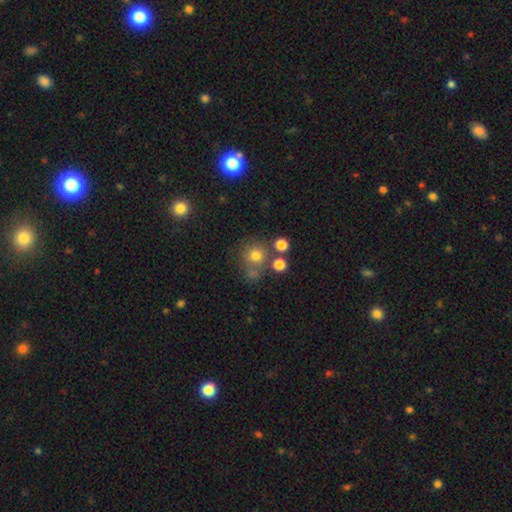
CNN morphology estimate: This appears to be a smooth galaxy with no disk features (73%) that is round (88%). Merging: none (63%).